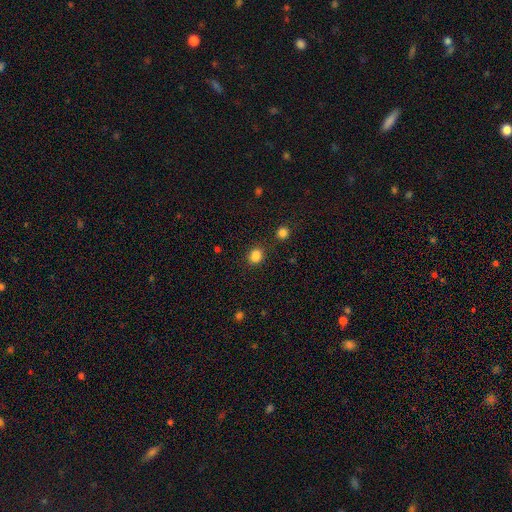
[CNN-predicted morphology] smooth 84%, star or artifact 12%, featured or disk 3%. Down the decision tree: how rounded — round (60%); merging — none (80%).